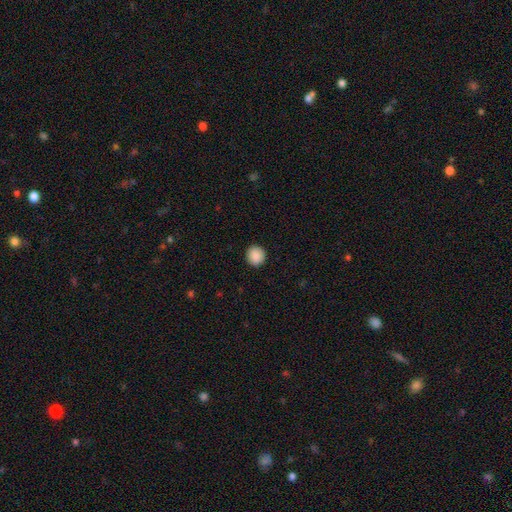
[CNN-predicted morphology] The model was most divided on "how rounded": round: 90%, in between: 9%, cigar-shaped: 1%. More confident: merging — none (92%); smooth or featured — smooth (90%).